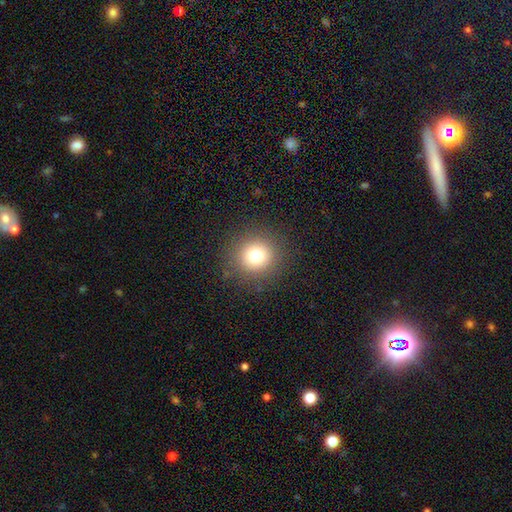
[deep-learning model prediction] The model was most divided on "smooth or featured": smooth: 76%, star or artifact: 15%, featured or disk: 9%. More confident: how rounded — round (93%); merging — none (89%).